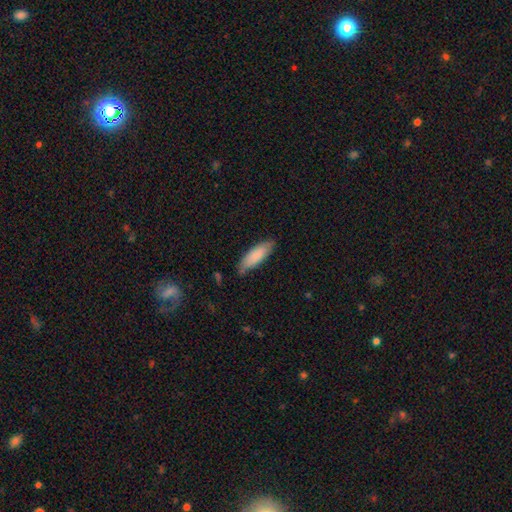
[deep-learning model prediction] smooth 84%, featured or disk 10%, star or artifact 5%. Down the decision tree: how rounded — in between (56%); merging — none (76%).